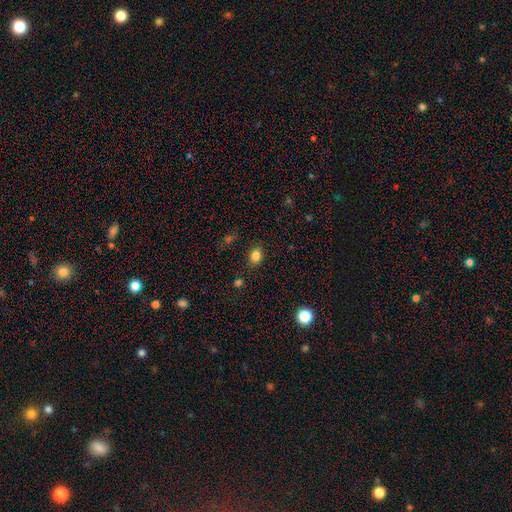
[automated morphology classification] smooth 83%, star or artifact 12%, featured or disk 6%. Down the decision tree: how rounded — in between (66%); merging — none (83%).